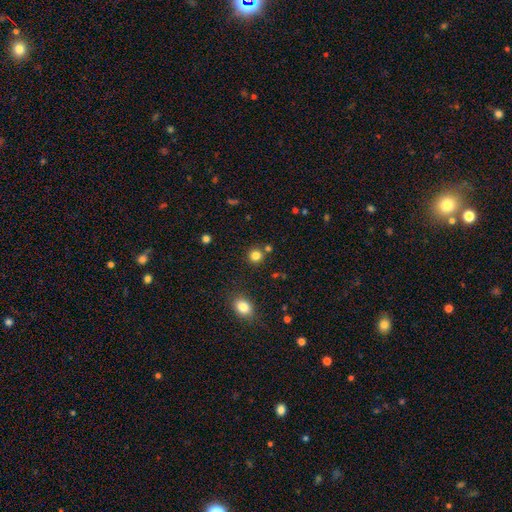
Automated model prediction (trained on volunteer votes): A smooth galaxy with no disk features (81%) that is round (91%).

Vote fractions:
- Smooth or featured? smooth: 81% / star or artifact: 14% / featured or disk: 5%
- How rounded? round: 91% / in between: 9% / cigar-shaped: 1%
- Merging? none: 81% / merger: 10% / minor disturbance: 7% / major disturbance: 3%